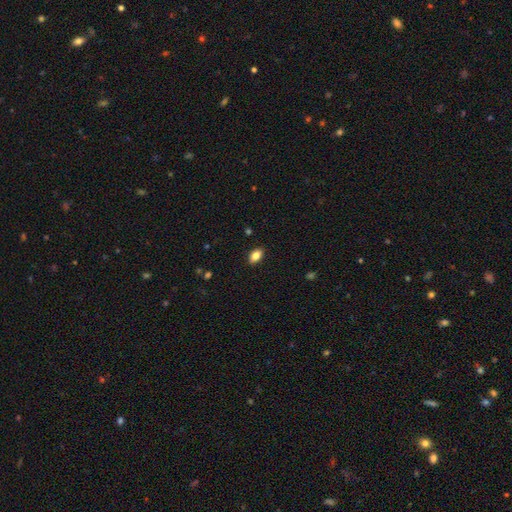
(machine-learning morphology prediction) type=smooth (84%); roundness=in between (89%); merging=none (89%).